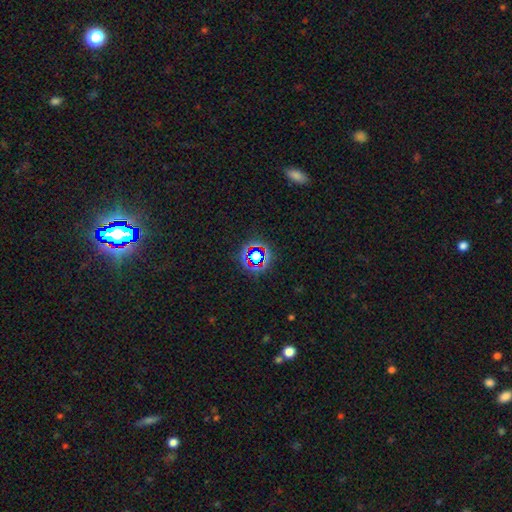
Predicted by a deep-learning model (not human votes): Smooth or featured?
  - star or artifact: 67% *
  - smooth: 22%
  - featured or disk: 11%